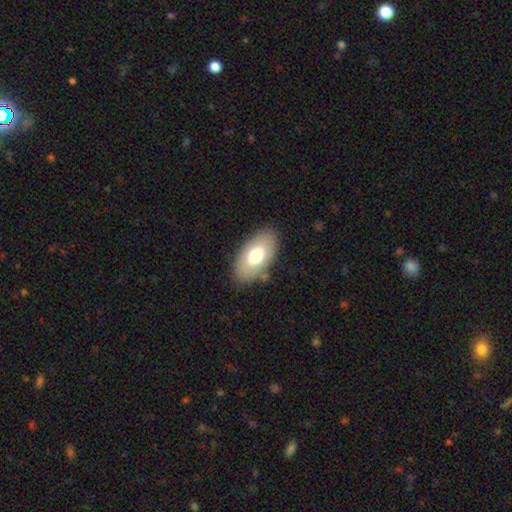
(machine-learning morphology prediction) This appears to be a smooth galaxy with no disk features (70%) that is in between round and cigar-shaped (94%). Merging: none (82%).